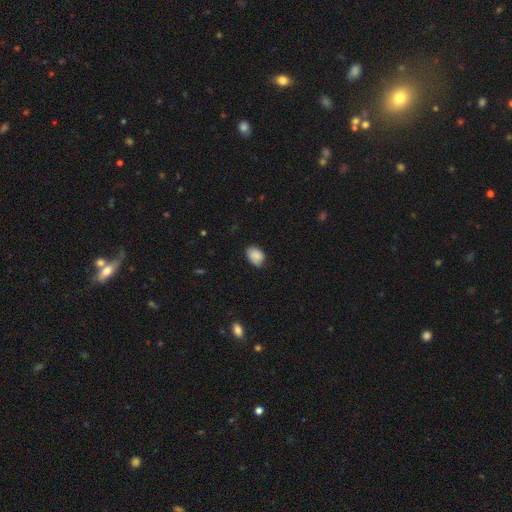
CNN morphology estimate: smooth-or-featured: smooth: 84% | featured or disk: 8% | star or artifact: 7%
  how-rounded: in between: 76% | round: 23% | cigar-shaped: 1%
  merging: none: 71% | minor disturbance: 24% | major disturbance: 4% | merger: 1%